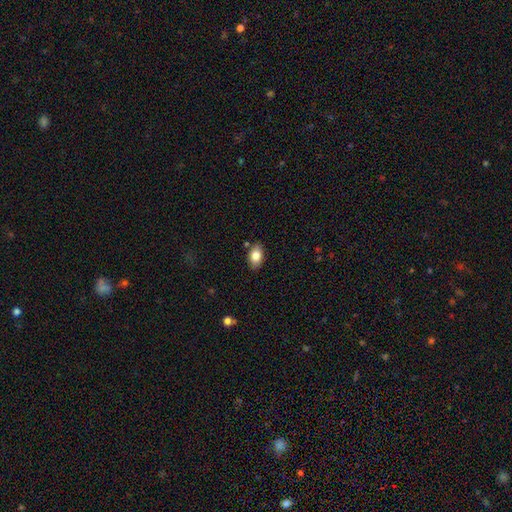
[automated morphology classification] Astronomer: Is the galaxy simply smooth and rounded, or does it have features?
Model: smooth — 83%.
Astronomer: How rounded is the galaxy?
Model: in between — 89%.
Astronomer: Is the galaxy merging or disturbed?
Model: none — 84%.